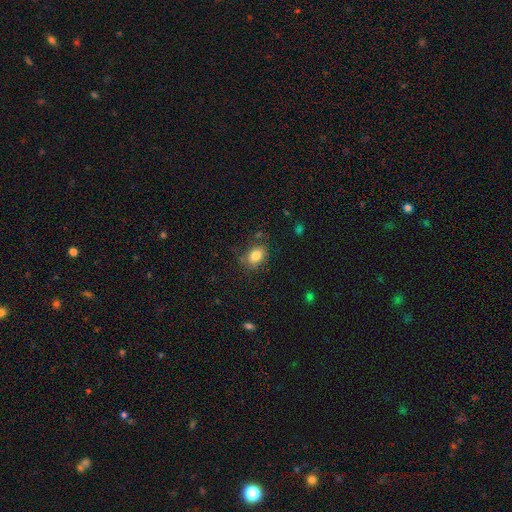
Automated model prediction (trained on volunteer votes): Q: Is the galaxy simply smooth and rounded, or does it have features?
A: smooth — 82%.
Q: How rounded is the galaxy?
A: in between — 73%.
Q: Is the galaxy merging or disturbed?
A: none — 79%.